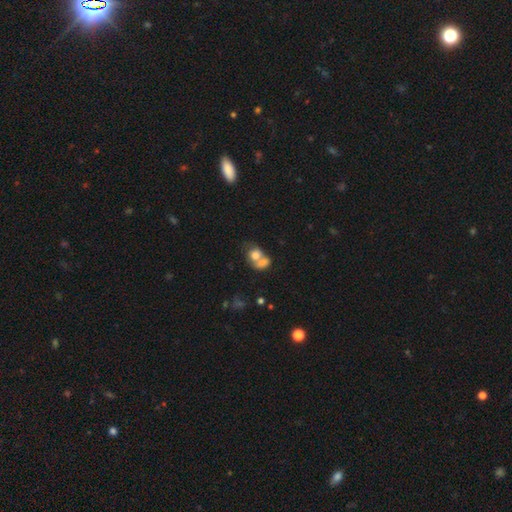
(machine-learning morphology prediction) smooth-or-featured: smooth: 74% | featured or disk: 17% | star or artifact: 10%
  how-rounded: in between: 50% | round: 49% | cigar-shaped: 1%
  merging: merger: 67% | none: 20% | minor disturbance: 7% | major disturbance: 6%